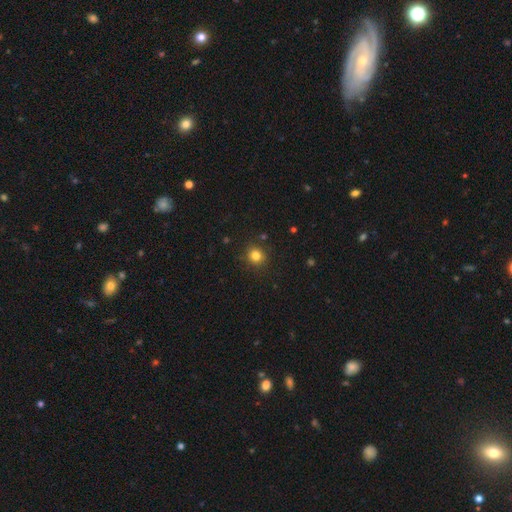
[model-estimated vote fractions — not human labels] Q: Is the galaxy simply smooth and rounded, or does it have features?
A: smooth — 81%.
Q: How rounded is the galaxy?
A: round — 89%.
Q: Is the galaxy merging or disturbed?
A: none — 88%.